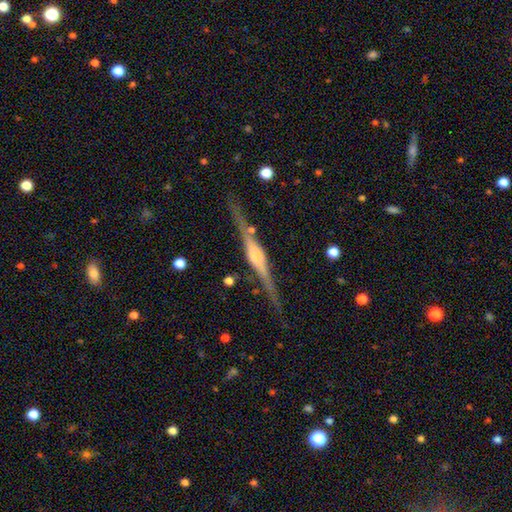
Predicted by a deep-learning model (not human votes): This is clearly a featured or disk galaxy (84%). It is clearly viewed edge-on (98%). Edge-on bulge: likely rounded (74%). Merging: clearly none (83%).